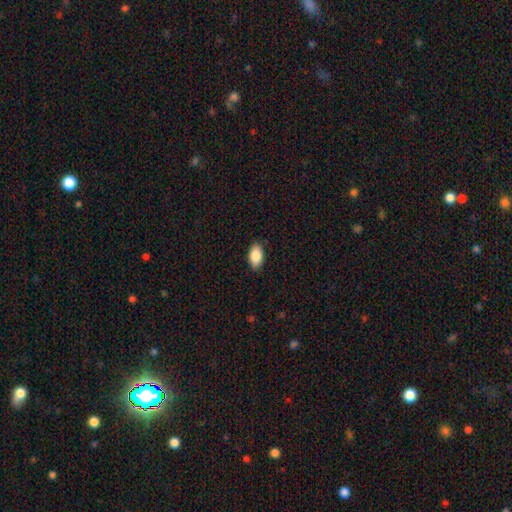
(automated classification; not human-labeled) Smooth or featured: smooth — 87% (star or artifact — 7%)
How rounded: in between — 93% (round — 4%)
Merging: none — 87% (minor disturbance — 10%)